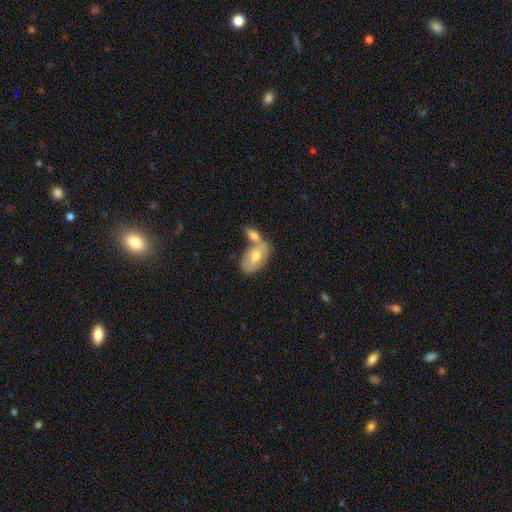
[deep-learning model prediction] A smooth galaxy with no disk features (61%) that is in between round and cigar-shaped (92%).

Vote fractions:
- Smooth or featured? smooth: 61% / featured or disk: 33% / star or artifact: 6%
- How rounded? in between: 92% / round: 5% / cigar-shaped: 3%
- Merging? merger: 49% / none: 36% / minor disturbance: 11% / major disturbance: 4%